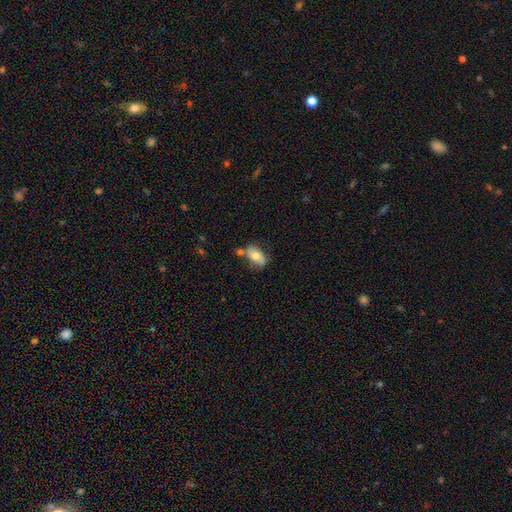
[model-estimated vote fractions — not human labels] Smooth or featured?
  - smooth: 68% *
  - featured or disk: 25%
  - star or artifact: 7%
How rounded?
  - in between: 90% *
  - round: 7%
  - cigar-shaped: 3%
Merging?
  - none: 57% *
  - minor disturbance: 21%
  - merger: 16%
  - major disturbance: 6%